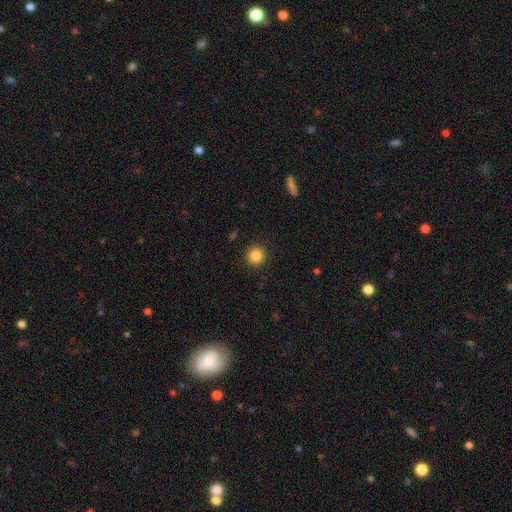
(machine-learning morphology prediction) A smooth galaxy with no disk features (85%) that is round (91%).

Vote fractions:
- Smooth or featured? smooth: 85% / star or artifact: 11% / featured or disk: 4%
- How rounded? round: 91% / in between: 8% / cigar-shaped: 1%
- Merging? none: 91% / minor disturbance: 6% / major disturbance: 2% / merger: 1%